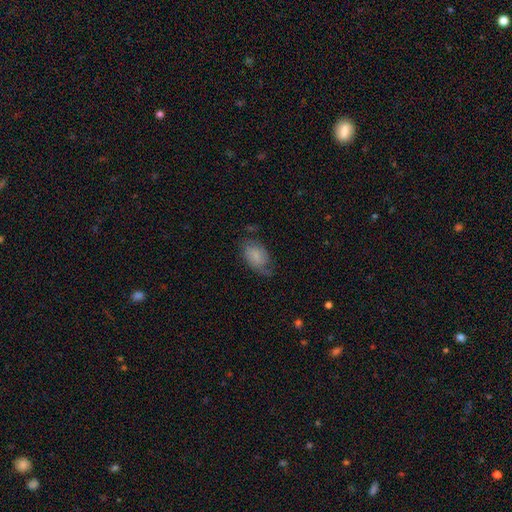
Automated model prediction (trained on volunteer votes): Smooth or featured? smooth (49%)
Merging? none (54%)